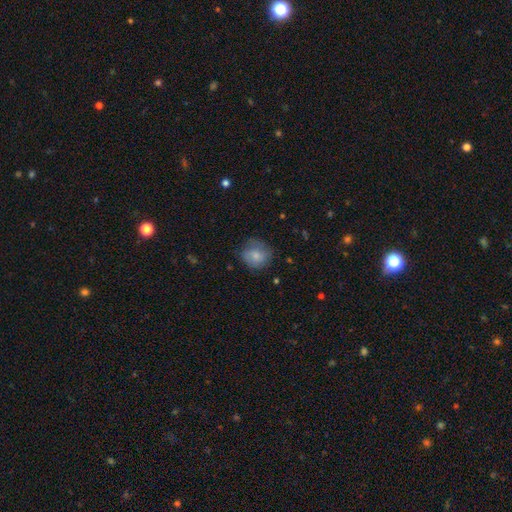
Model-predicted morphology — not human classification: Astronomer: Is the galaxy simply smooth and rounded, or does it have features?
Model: smooth — 72%.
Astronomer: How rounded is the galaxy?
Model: round — 77%.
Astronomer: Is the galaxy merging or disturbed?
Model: none — 62%.